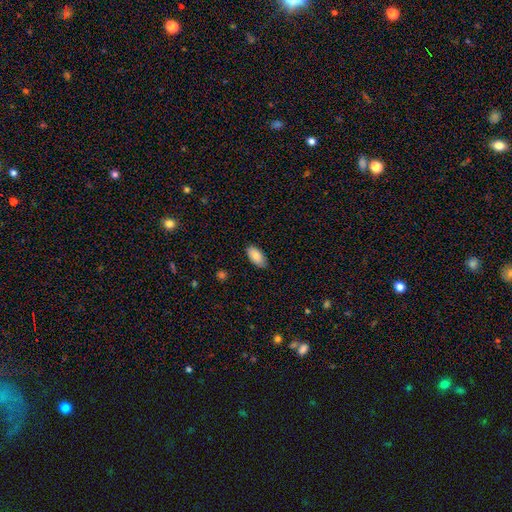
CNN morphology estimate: Smooth or featured?
  - smooth: 85% *
  - featured or disk: 9%
  - star or artifact: 6%
How rounded?
  - in between: 94% *
  - cigar-shaped: 3%
  - round: 2%
Merging?
  - none: 85% *
  - minor disturbance: 12%
  - major disturbance: 2%
  - merger: 1%